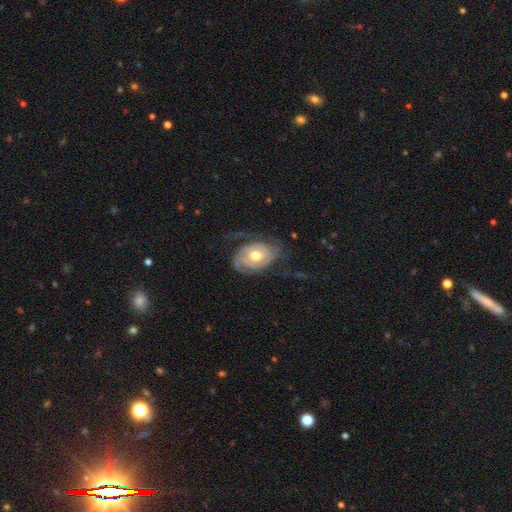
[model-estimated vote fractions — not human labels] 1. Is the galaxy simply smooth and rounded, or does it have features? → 75% featured or disk, 20% smooth, 6% star or artifact.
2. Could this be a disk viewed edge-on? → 95% no, 5% yes.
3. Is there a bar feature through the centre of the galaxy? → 76% no, 20% weak, 4% strong.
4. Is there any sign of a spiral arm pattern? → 82% yes, 18% no.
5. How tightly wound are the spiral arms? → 47% tight, 31% medium, 22% loose.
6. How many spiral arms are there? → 44% 2, 29% can't tell, 11% 1, 9% 3, 4% 4, 3% more than 4.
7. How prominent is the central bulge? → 74% moderate, 16% large, 7% small, 1% dominant, 1% none.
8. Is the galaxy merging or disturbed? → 54% none, 23% major disturbance, 22% minor disturbance, 1% merger.